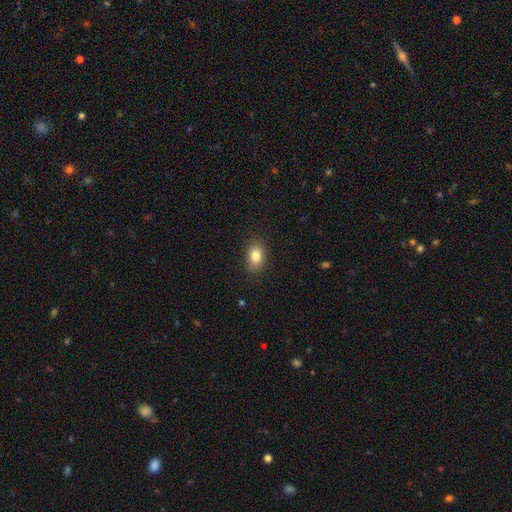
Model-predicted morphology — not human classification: This is clearly a smooth galaxy (83%). How rounded: likely in between (79%). Merging: clearly none (87%).